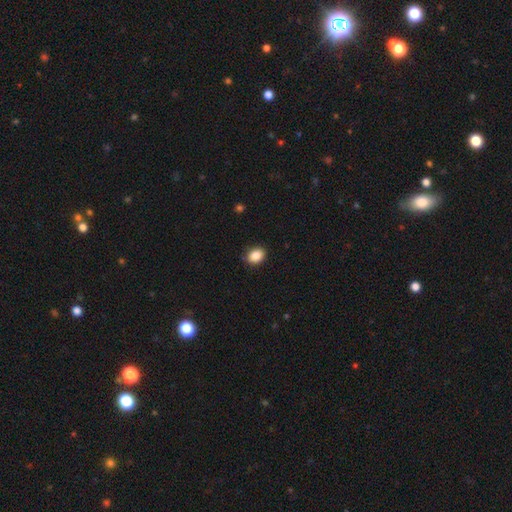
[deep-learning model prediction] Smooth or featured? smooth (87%)
How rounded? in between (60%)
Merging? none (86%)